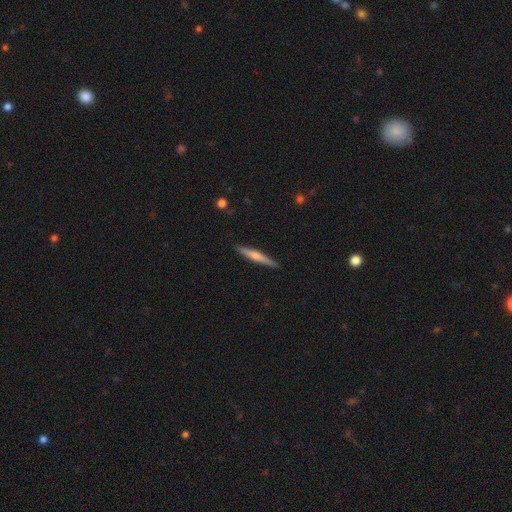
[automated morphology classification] Smooth or featured?
  - featured or disk: 49% *
  - smooth: 46%
  - star or artifact: 6%
Merging?
  - none: 90% *
  - minor disturbance: 7%
  - major disturbance: 1%
  - merger: 1%